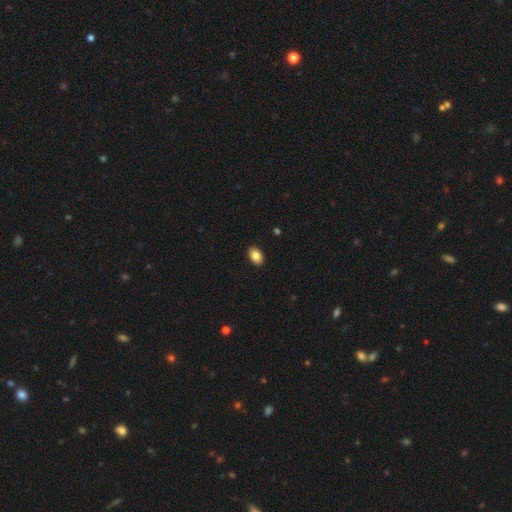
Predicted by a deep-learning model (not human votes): Smooth or featured?
  - smooth: 86% *
  - star or artifact: 8%
  - featured or disk: 6%
How rounded?
  - in between: 88% *
  - round: 11%
  - cigar-shaped: 1%
Merging?
  - none: 91% *
  - minor disturbance: 7%
  - major disturbance: 2%
  - merger: 1%